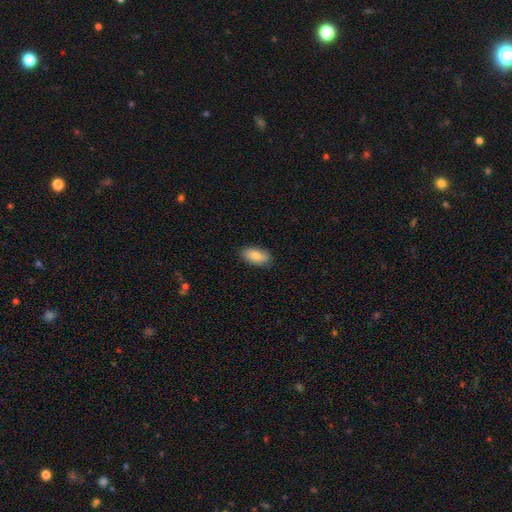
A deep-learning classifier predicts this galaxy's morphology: Smooth or featured? Predicted: smooth (p=0.80). How rounded? Predicted: in between (p=0.92). Merging? Predicted: none (p=0.86).